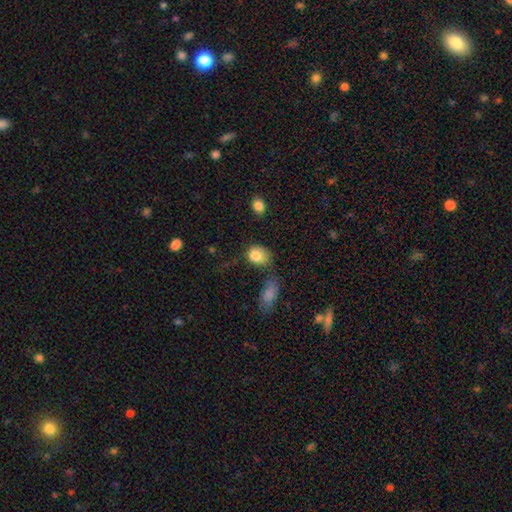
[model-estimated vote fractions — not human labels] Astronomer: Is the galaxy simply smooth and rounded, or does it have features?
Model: smooth — 83%.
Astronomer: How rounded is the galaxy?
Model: round — 53% (runner-up: in between, 46%).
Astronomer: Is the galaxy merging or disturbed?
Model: none — 45% (runner-up: minor disturbance, 28%).